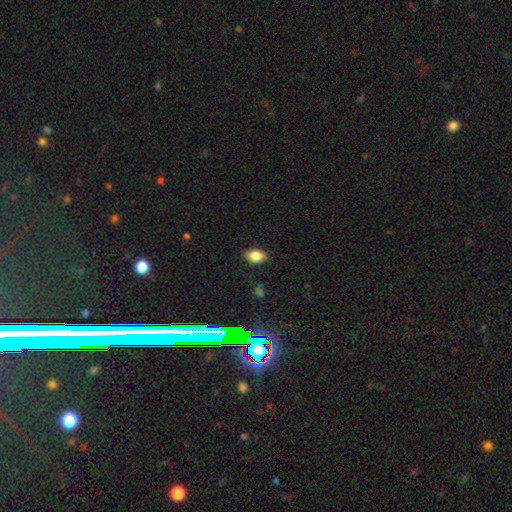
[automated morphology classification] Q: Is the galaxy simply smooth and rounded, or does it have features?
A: smooth — 82%.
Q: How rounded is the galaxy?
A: in between — 87%.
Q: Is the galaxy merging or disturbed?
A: none — 87%.